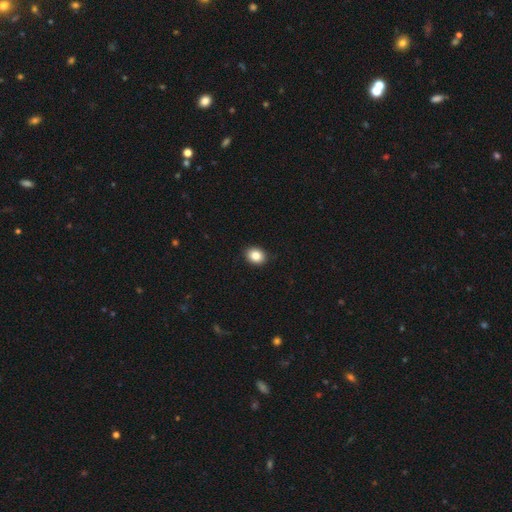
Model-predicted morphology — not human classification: Smooth or featured: smooth — 86% (star or artifact — 9%)
How rounded: round — 51% (in between — 48%)
Merging: none — 90% (minor disturbance — 7%)